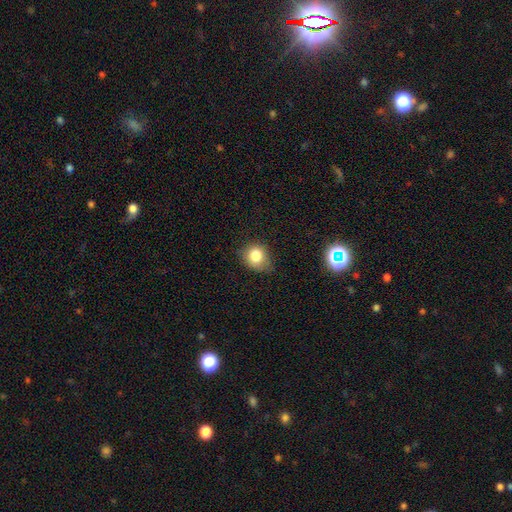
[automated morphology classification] A smooth galaxy with no disk features (81%) that is round (65%).

Vote fractions:
- Smooth or featured? smooth: 81% / star or artifact: 11% / featured or disk: 8%
- How rounded? round: 65% / in between: 34% / cigar-shaped: 1%
- Merging? none: 60% / minor disturbance: 31% / major disturbance: 7% / merger: 2%